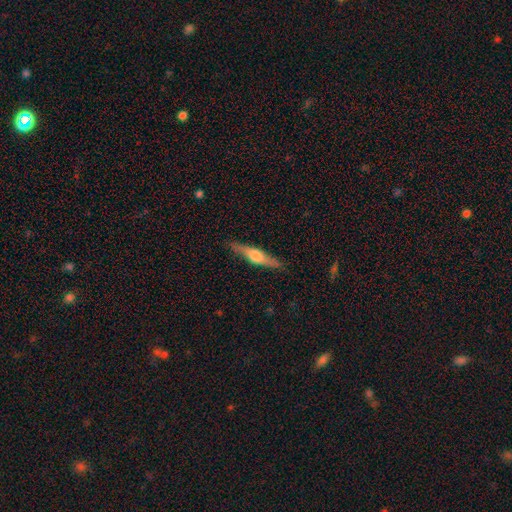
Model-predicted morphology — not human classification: type=featured or disk (59%); edge-on=yes (94%); edge-on bulge=rounded (88%); merging=none (87%).